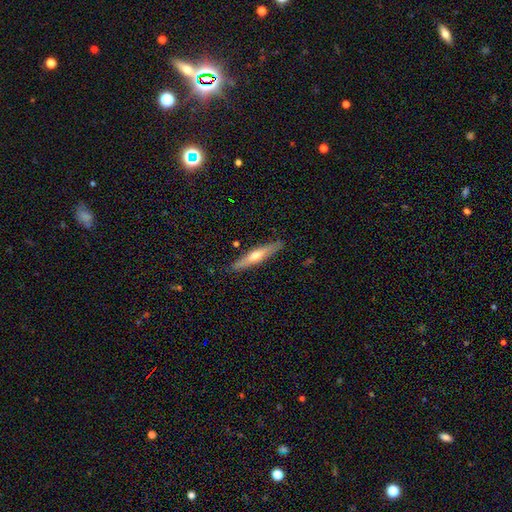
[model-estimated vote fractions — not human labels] Q: Smooth or featured?
A: featured or disk (54%); runner-up: smooth (40%)
Q: Edge-on disk?
A: yes (93%); runner-up: no (7%)
Q: Edge-on bulge?
A: rounded (85%); runner-up: none (11%)
Q: Merging?
A: none (88%); runner-up: minor disturbance (9%)